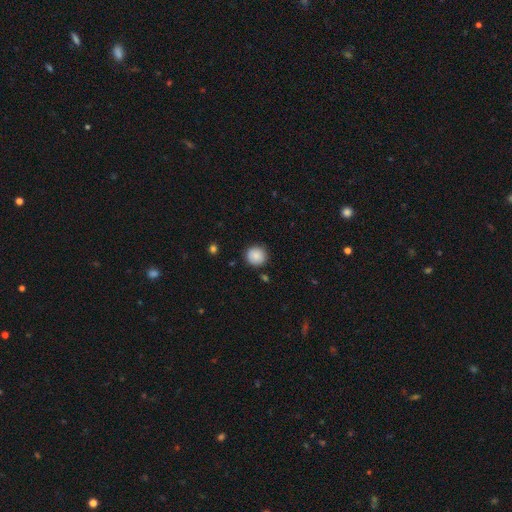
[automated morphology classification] smooth 87%, star or artifact 8%, featured or disk 5%. Down the decision tree: how rounded — round (93%); merging — none (87%).